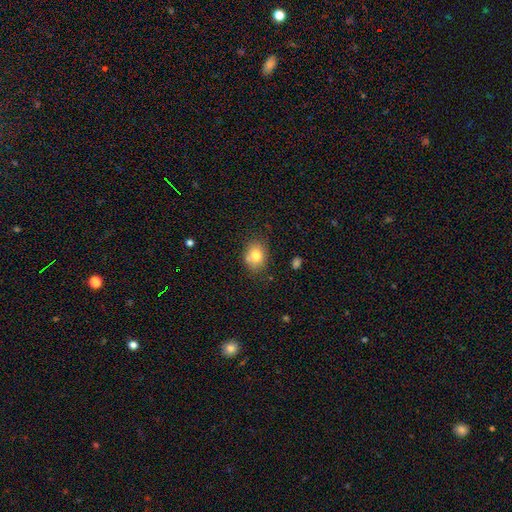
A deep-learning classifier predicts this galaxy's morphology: A smooth galaxy with no disk features (78%) that is in between round and cigar-shaped (51%). Merging: none (72%).